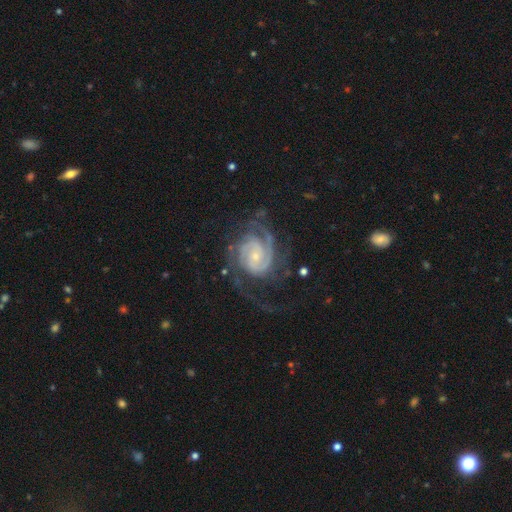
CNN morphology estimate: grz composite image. It shows a featured or disk galaxy (91%) with no bar (58%), 2 (53%) tight (59%) spiral arms (98%) and a small central bulge (73%). Merging: none (60%).